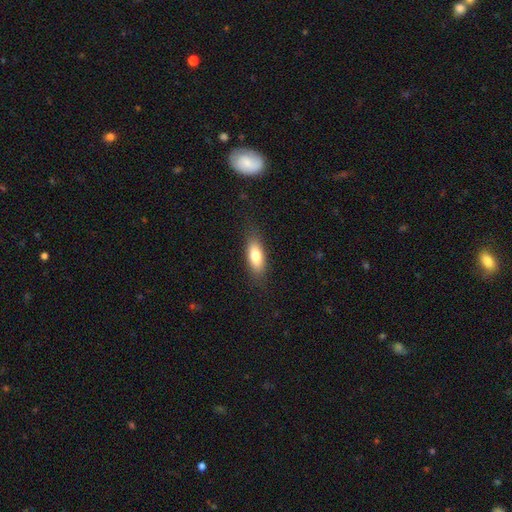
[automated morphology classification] Smooth or featured: smooth — 76% (featured or disk — 17%)
How rounded: in between — 73% (cigar-shaped — 24%)
Merging: none — 81% (minor disturbance — 14%)